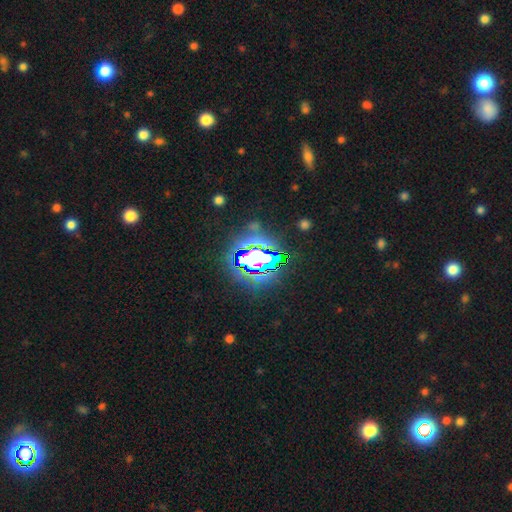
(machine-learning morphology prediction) A star or artifact, not a galaxy (82%).